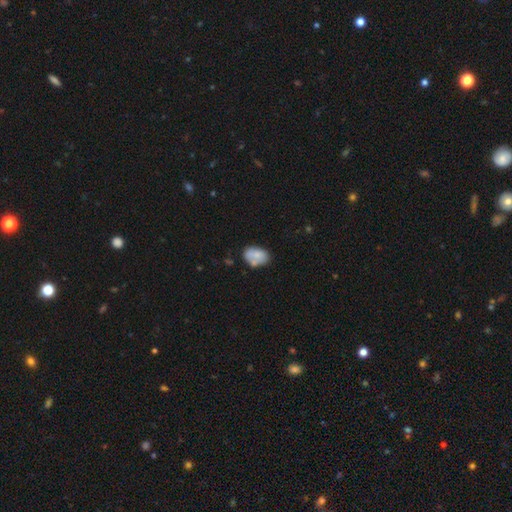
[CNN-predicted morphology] A smooth galaxy with no disk features (72%) that is in between round and cigar-shaped (85%).

Vote fractions:
- Smooth or featured? smooth: 72% / featured or disk: 21% / star or artifact: 8%
- How rounded? in between: 85% / round: 14% / cigar-shaped: 1%
- Merging? none: 54% / minor disturbance: 25% / merger: 14% / major disturbance: 7%